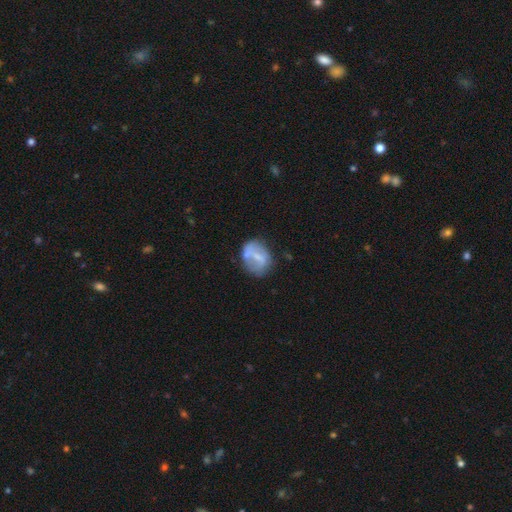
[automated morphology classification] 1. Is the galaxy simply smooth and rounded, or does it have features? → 46% featured or disk (tied), 46% smooth (tied), 8% star or artifact.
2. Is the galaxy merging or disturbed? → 58% none, 24% minor disturbance, 11% major disturbance, 7% merger.